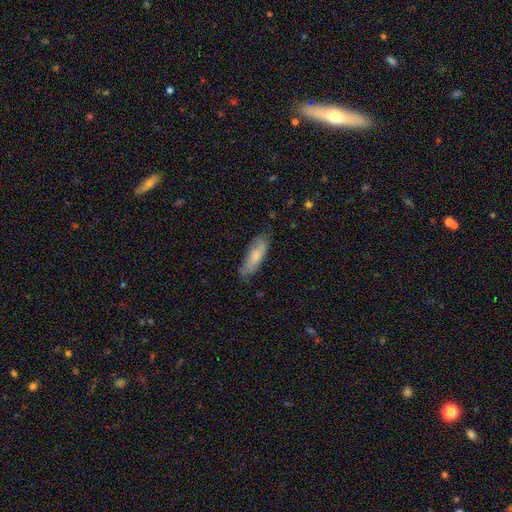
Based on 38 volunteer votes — smooth-or-featured: smooth: 82% | featured or disk: 16% | star or artifact: 3%
  how-rounded: cigar-shaped: 55% | in between: 45% | round: 0%
  merging: none: 76% | minor disturbance: 19% | major disturbance: 5% | merger: 0%